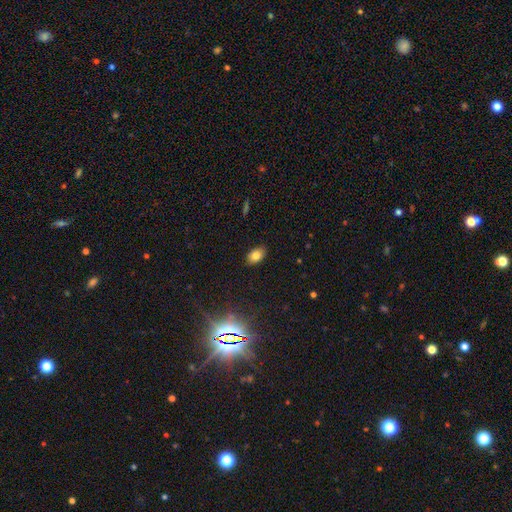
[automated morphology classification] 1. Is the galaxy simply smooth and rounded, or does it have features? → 78% smooth, 13% star or artifact, 10% featured or disk.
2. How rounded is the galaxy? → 87% in between, 12% round, 2% cigar-shaped.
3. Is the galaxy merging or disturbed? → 86% none, 11% minor disturbance, 2% major disturbance, 1% merger.